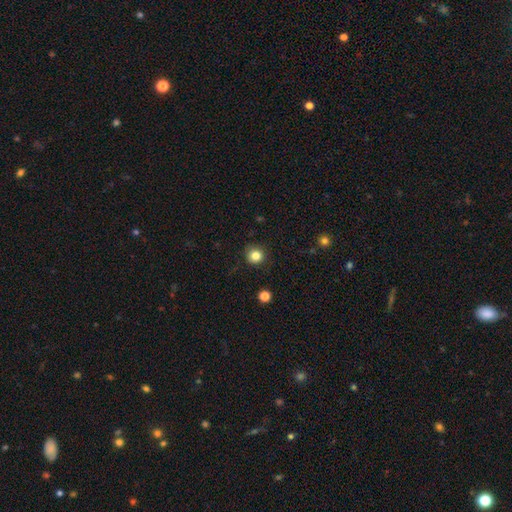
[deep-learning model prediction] This appears to be a smooth galaxy with no disk features (83%) that is round (93%). Merging: none (89%).